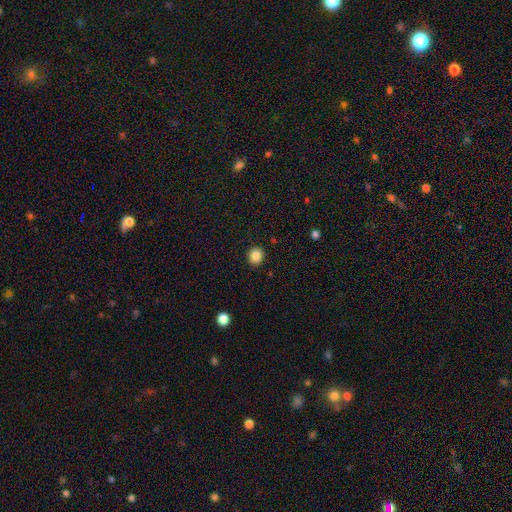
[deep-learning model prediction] Q: Smooth or featured?
A: smooth (86%); runner-up: star or artifact (10%)
Q: How rounded?
A: round (84%); runner-up: in between (15%)
Q: Merging?
A: none (91%); runner-up: minor disturbance (6%)